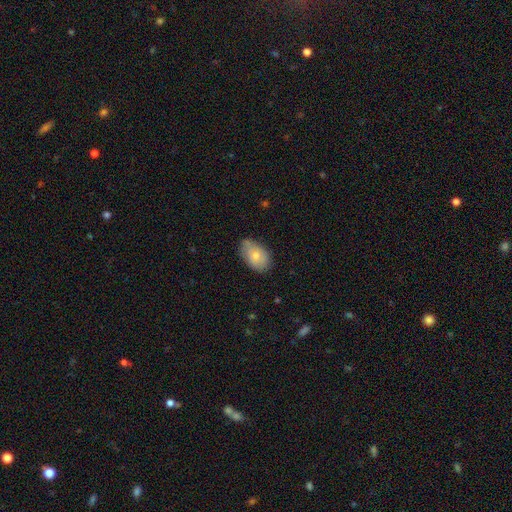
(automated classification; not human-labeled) This appears to be a smooth galaxy with no disk features (71%) that is in between round and cigar-shaped (89%). Merging: none (68%).